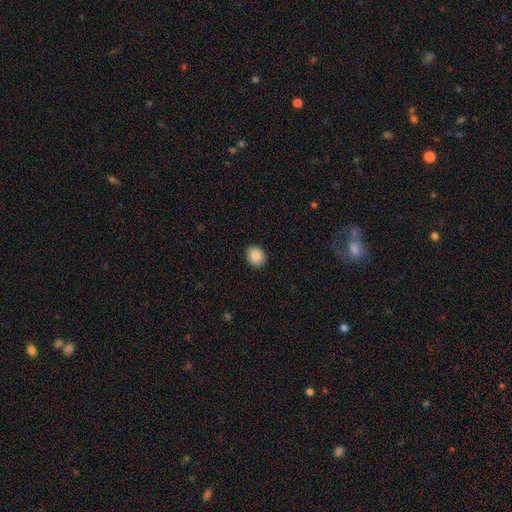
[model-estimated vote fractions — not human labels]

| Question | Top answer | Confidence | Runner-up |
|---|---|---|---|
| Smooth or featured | smooth | 88% | star or artifact (8%) |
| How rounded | round | 54% | in between (45%) |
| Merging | none | 90% | minor disturbance (7%) |